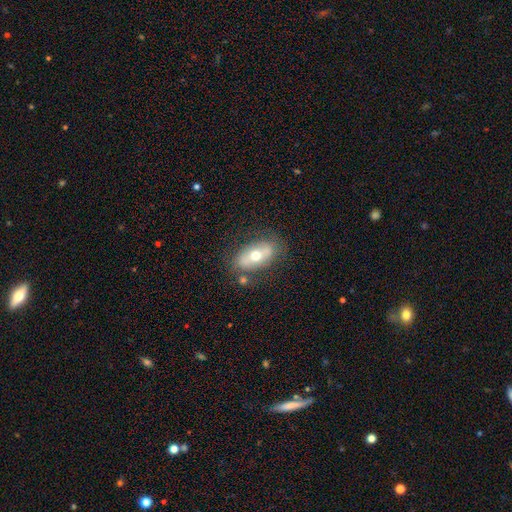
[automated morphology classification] Smooth or featured? Predicted: smooth (p=0.49). Merging? Predicted: none (p=0.72).